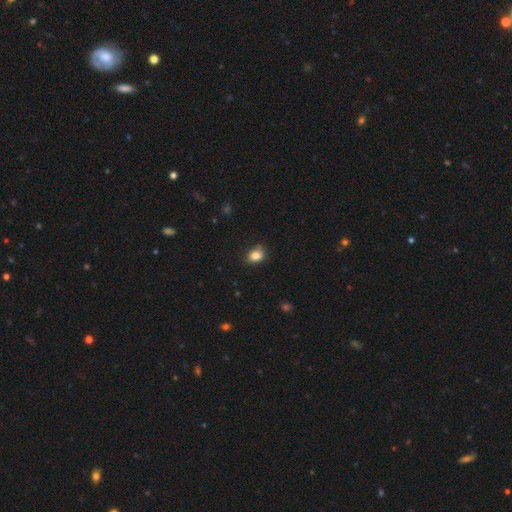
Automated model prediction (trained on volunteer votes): Smooth or featured? Predicted: smooth (p=0.83). How rounded? Predicted: in between (p=0.62). Merging? Predicted: none (p=0.75).